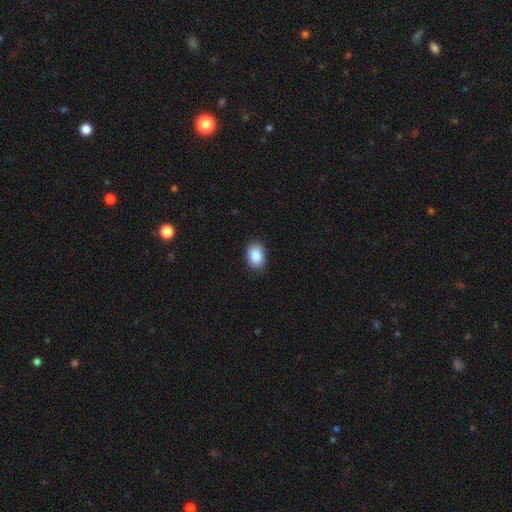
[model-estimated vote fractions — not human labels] A smooth galaxy with no disk features (87%) that is in between round and cigar-shaped (77%). Merging: none (87%).